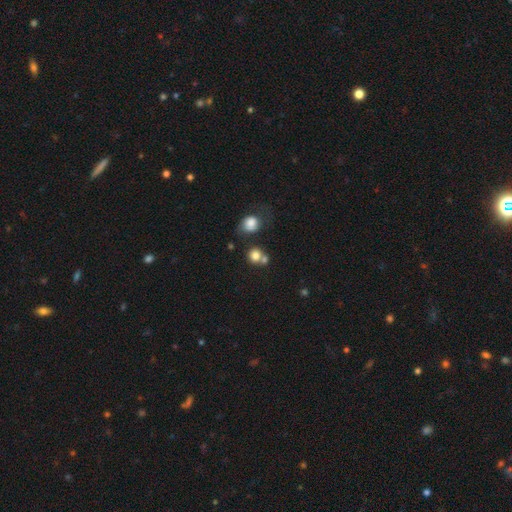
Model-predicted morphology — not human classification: type=smooth (80%); roundness=round (87%); merging=none (52%).